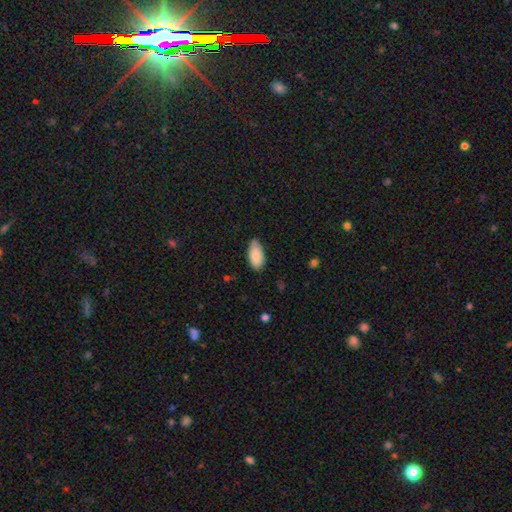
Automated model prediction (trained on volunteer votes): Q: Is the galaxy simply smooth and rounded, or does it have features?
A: smooth — 85%.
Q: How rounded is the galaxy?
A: in between — 94%.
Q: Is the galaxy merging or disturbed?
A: none — 73%.